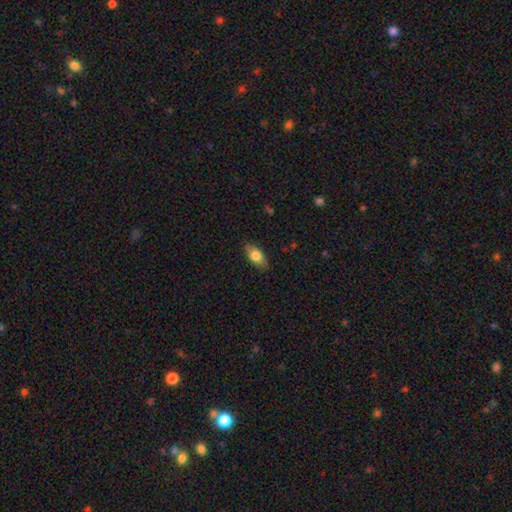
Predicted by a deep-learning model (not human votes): Smooth or featured? smooth (76%)
How rounded? in between (87%)
Merging? none (84%)